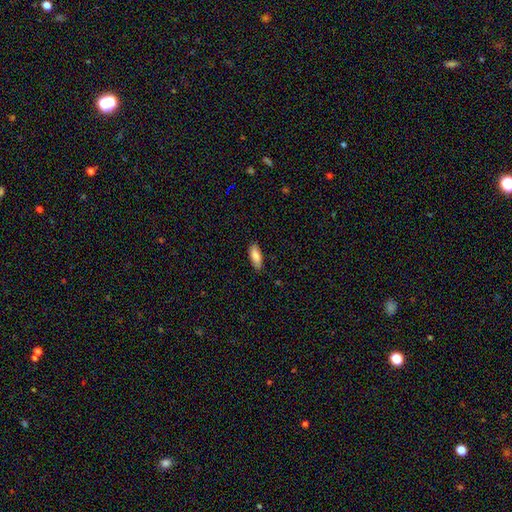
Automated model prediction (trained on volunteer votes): This is clearly a smooth galaxy (84%). How rounded: likely in between (77%). Merging: clearly none (83%).